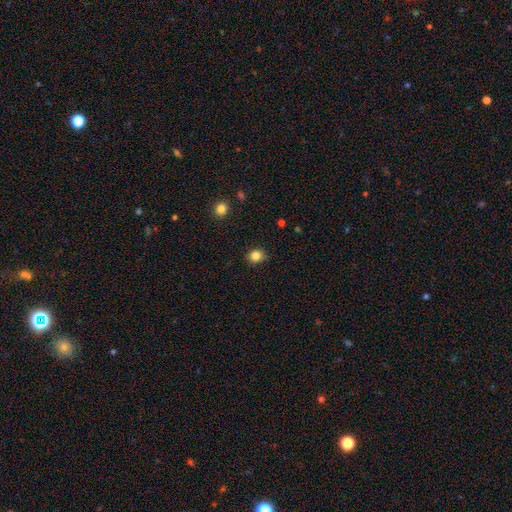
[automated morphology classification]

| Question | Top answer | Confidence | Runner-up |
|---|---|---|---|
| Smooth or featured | smooth | 84% | star or artifact (11%) |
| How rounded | round | 73% | in between (26%) |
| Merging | none | 84% | minor disturbance (13%) |